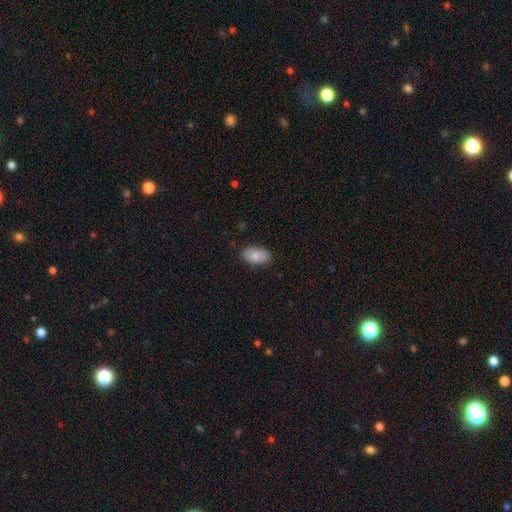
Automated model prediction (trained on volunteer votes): A smooth galaxy with no disk features (84%) that is in between round and cigar-shaped (93%). Merging: none (79%).